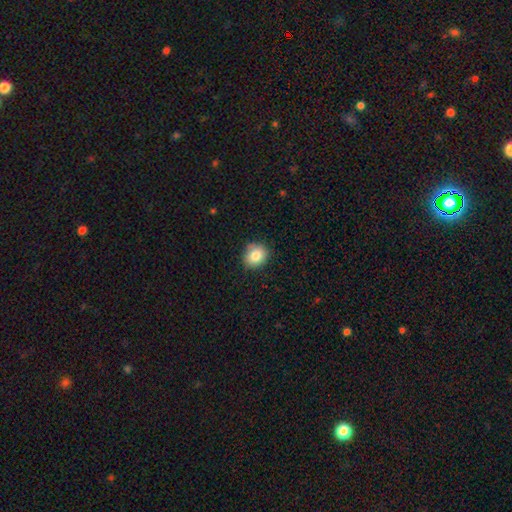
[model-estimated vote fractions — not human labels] This appears to be a smooth galaxy with no disk features (83%) that is round (78%). Merging: none (83%).